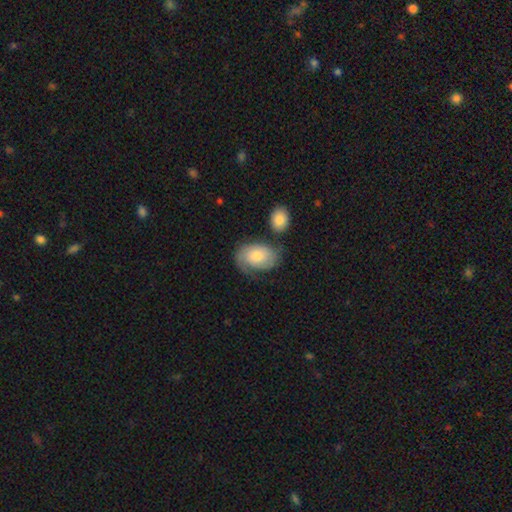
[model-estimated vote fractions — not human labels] smooth_or_featured: smooth (p=0.56) [alt: featured or disk p=0.37]
how_rounded: in between (p=0.81) [alt: round p=0.18]
merging: none (p=0.53) [alt: minor disturbance p=0.24]